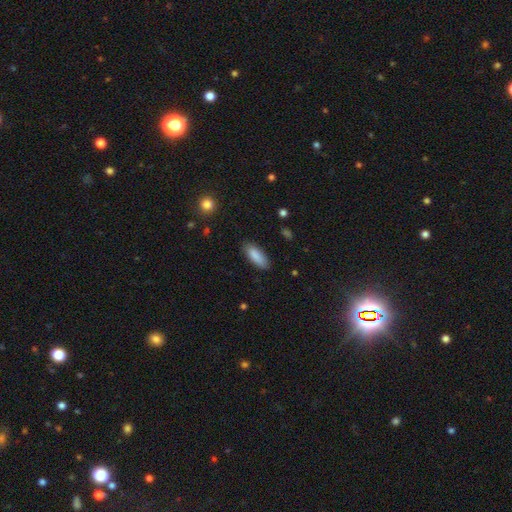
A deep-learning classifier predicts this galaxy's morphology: Overall: smooth (88%). How rounded: in between (69%; cigar-shaped 30%). Merging: none (86%).